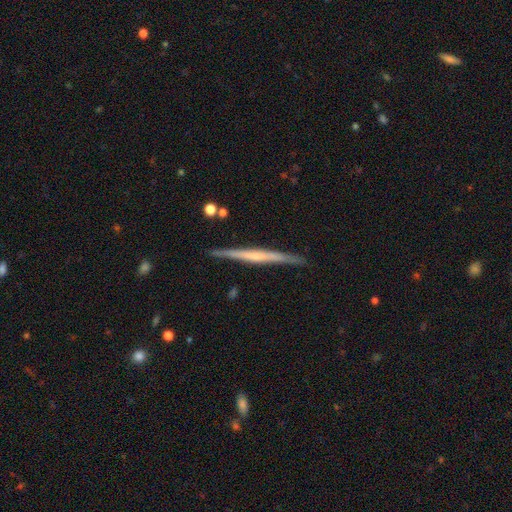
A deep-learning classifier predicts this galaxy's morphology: A featured or disk galaxy (67%) viewed edge-on (98%) with no central bulge (61%). Merging: none (89%).